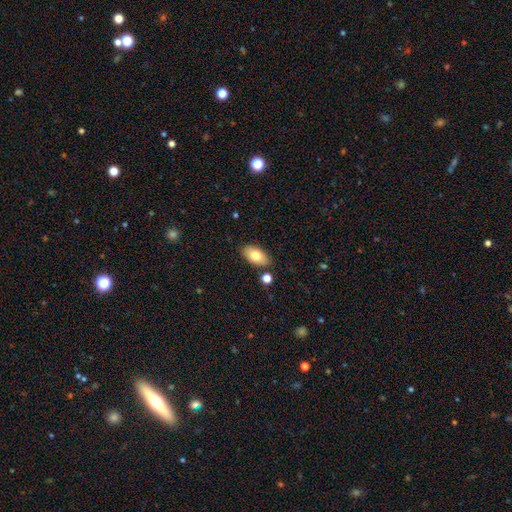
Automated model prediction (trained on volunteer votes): This appears to be a smooth galaxy with no disk features (77%) that is in between round and cigar-shaped (92%). Merging: none (84%).